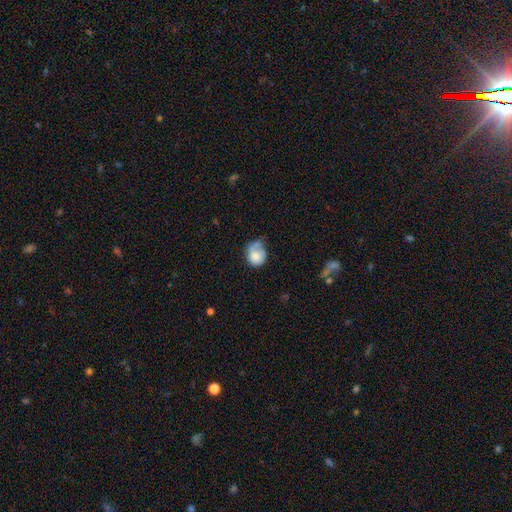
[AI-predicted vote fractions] This appears to be a smooth galaxy with no disk features (72%) that is round (60%). Merging: minor disturbance (35%).